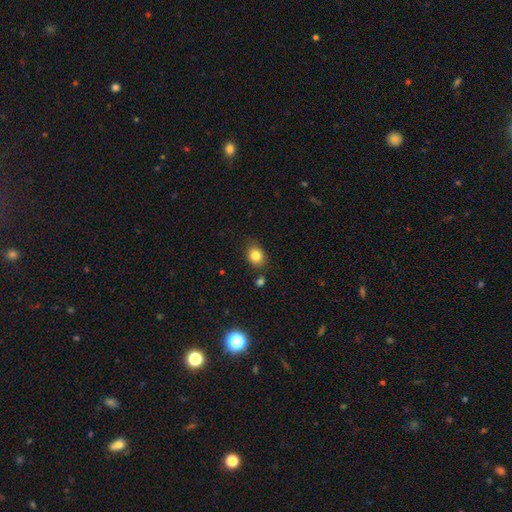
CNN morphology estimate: smooth-or-featured: smooth: 83% | star or artifact: 10% | featured or disk: 7%
  how-rounded: round: 50% | in between: 49% | cigar-shaped: 1%
  merging: none: 79% | minor disturbance: 13% | merger: 4% | major disturbance: 3%